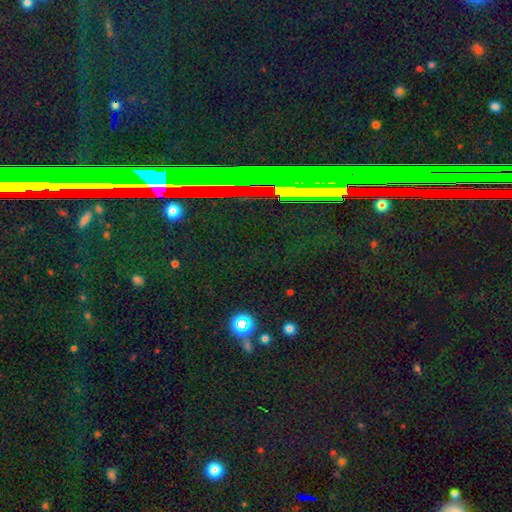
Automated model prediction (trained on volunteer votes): A star or artifact, not a galaxy (79%).